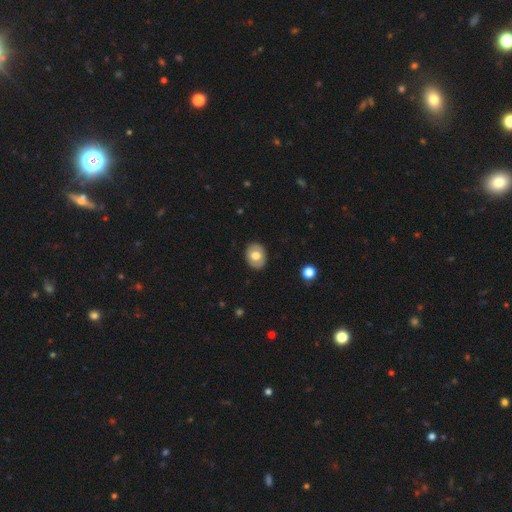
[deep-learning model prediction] The model was most divided on "how rounded": in between: 60%, round: 39%, cigar-shaped: 1%. More confident: merging — none (88%); smooth or featured — smooth (68%).